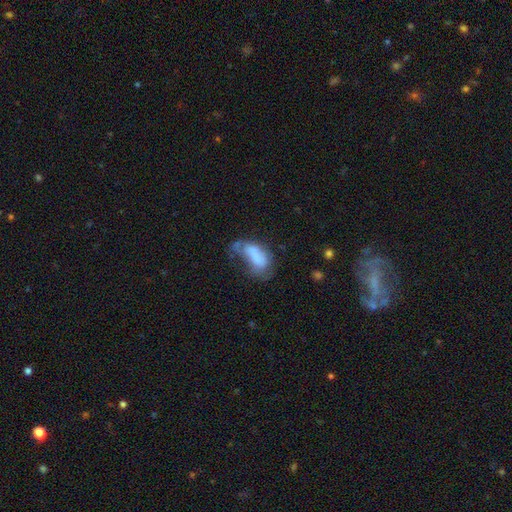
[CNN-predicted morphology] A smooth galaxy with no disk features (60%) that is in between round and cigar-shaped (87%).

Vote fractions:
- Smooth or featured? smooth: 60% / featured or disk: 30% / star or artifact: 10%
- How rounded? in between: 87% / cigar-shaped: 9% / round: 4%
- Merging? major disturbance: 41% / minor disturbance: 27% / none: 22% / merger: 10%